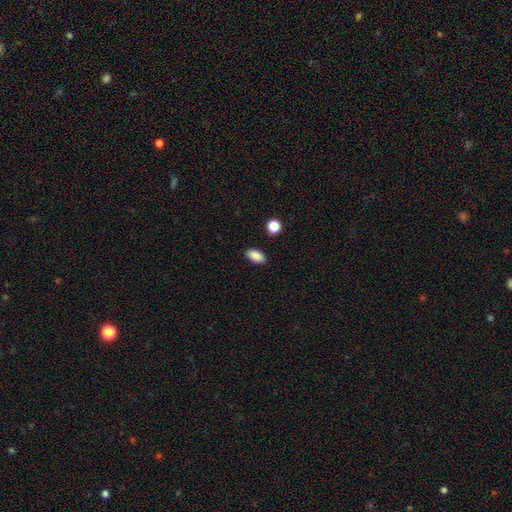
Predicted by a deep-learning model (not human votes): This appears to be a smooth galaxy with no disk features (89%) that is in between round and cigar-shaped (91%). Merging: none (88%).